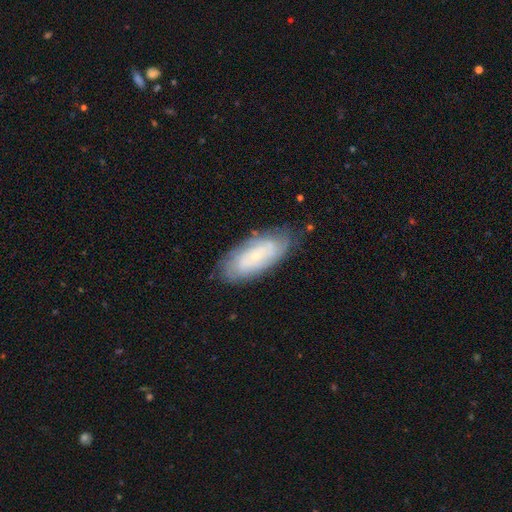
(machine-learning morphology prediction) This is possibly a featured or disk galaxy (54%). It is clearly not viewed edge-on (89%). Merging: likely none (75%).